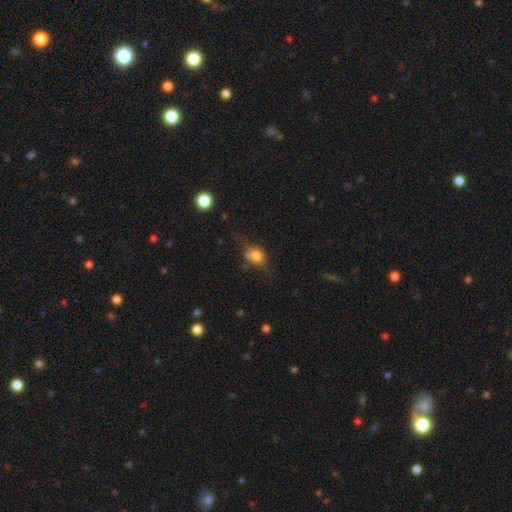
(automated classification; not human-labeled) The model was most divided on "how rounded": round: 56%, in between: 42%, cigar-shaped: 2%. Remaining: smooth or featured — smooth (75%); merging — none (49%).